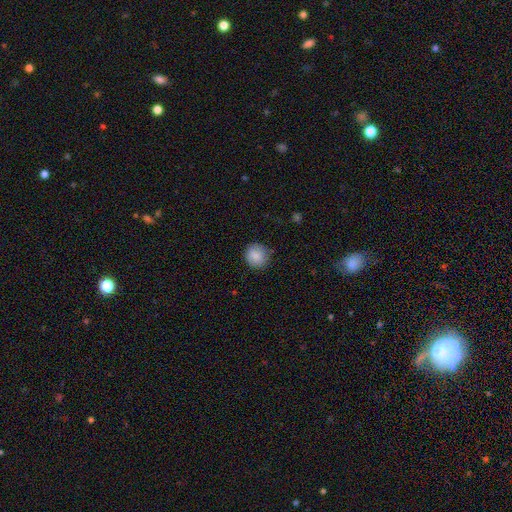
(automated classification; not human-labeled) A smooth galaxy with no disk features (84%) that is round (86%).

Vote fractions:
- Smooth or featured? smooth: 84% / featured or disk: 8% / star or artifact: 7%
- How rounded? round: 86% / in between: 14% / cigar-shaped: 1%
- Merging? none: 83% / minor disturbance: 13% / major disturbance: 3% / merger: 1%